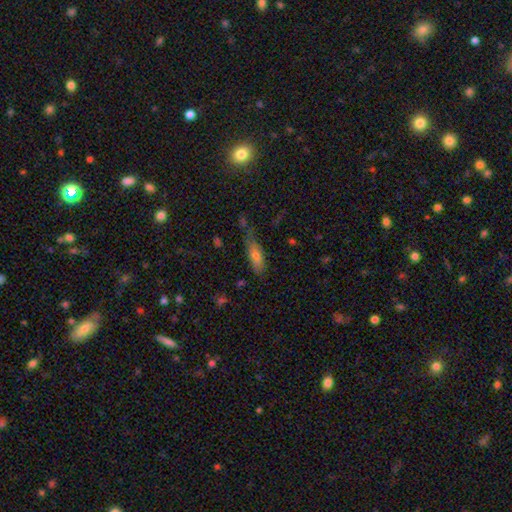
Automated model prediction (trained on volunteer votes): Smooth or featured: smooth — 70% (featured or disk — 21%)
How rounded: in between — 56% (cigar-shaped — 41%)
Merging: none — 50% (minor disturbance — 32%)